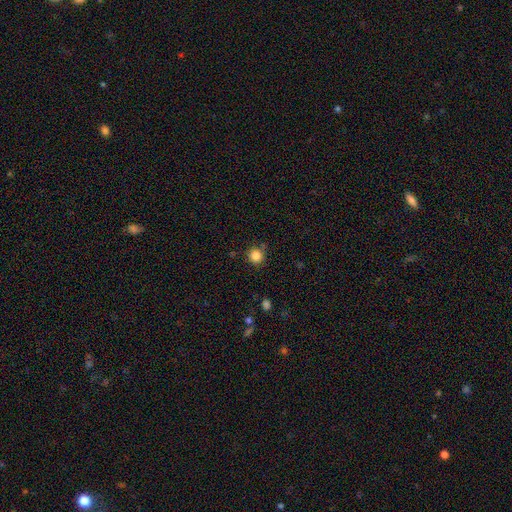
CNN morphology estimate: Smooth or featured? Predicted: smooth (p=0.85). How rounded? Predicted: round (p=0.93). Merging? Predicted: none (p=0.81).